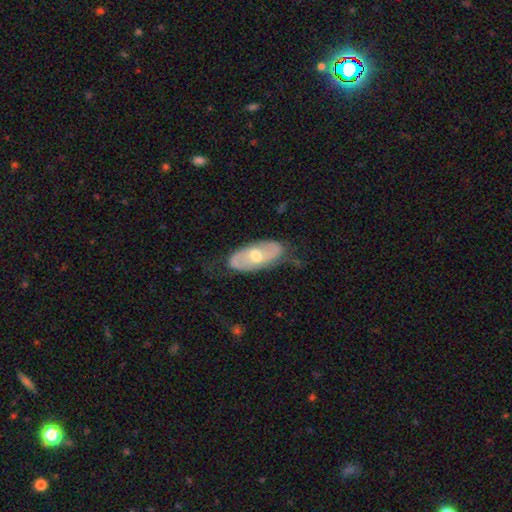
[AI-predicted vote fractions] This appears to be a featured or disk galaxy (62%) with no bar (59%), spiral arms (67%) and a moderate central bulge (73%). Merging: none (72%).